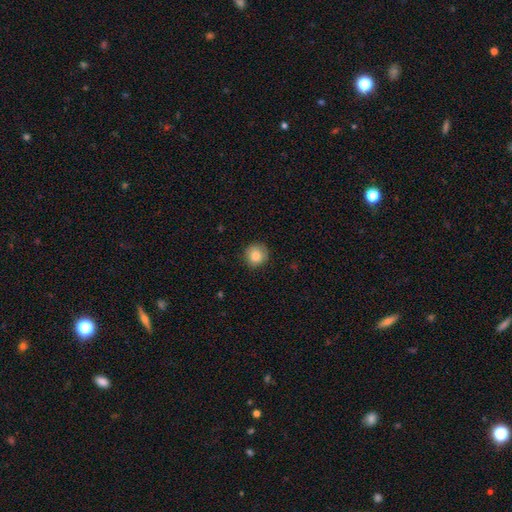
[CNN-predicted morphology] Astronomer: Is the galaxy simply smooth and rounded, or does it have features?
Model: smooth — 85%.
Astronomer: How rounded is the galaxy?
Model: round — 91%.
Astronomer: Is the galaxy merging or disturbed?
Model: none — 84%.